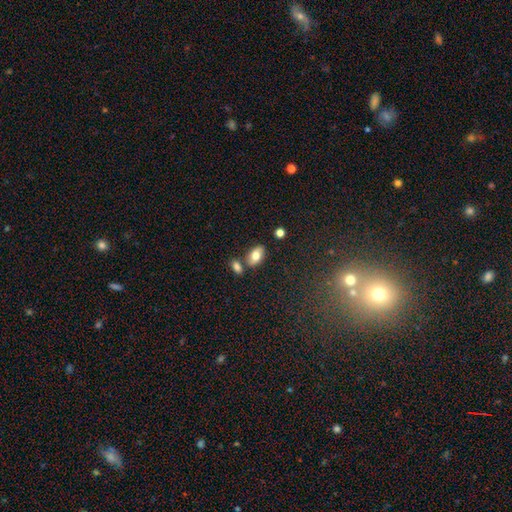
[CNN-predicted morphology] Smooth or featured? smooth (76%)
How rounded? in between (92%)
Merging? none (73%)